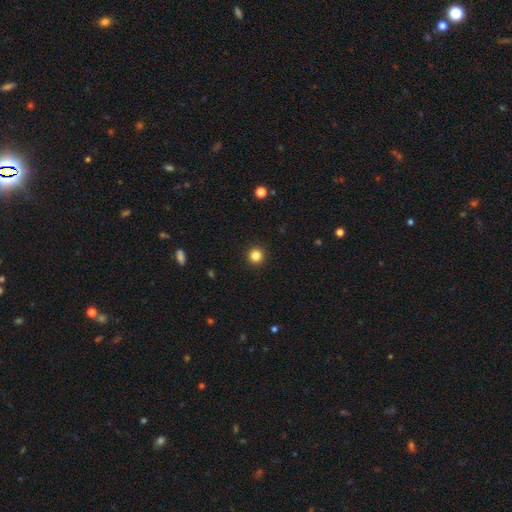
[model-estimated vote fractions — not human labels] Smooth or featured? smooth (84%)
How rounded? round (95%)
Merging? none (93%)